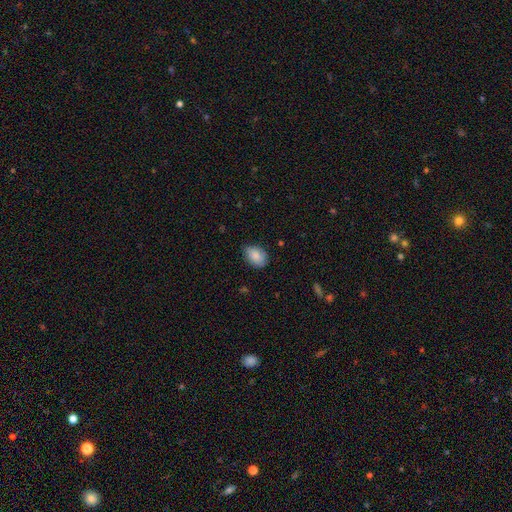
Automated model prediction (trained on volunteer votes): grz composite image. It shows a smooth galaxy with no disk features (83%) that is in between round and cigar-shaped (81%). Merging: none (71%).